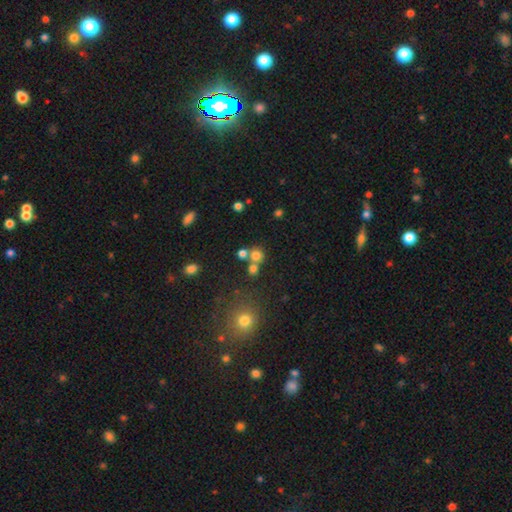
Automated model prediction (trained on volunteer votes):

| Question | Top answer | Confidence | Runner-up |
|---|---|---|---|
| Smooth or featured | smooth | 73% | star or artifact (18%) |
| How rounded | round | 87% | in between (12%) |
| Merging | none | 55% | merger (34%) |